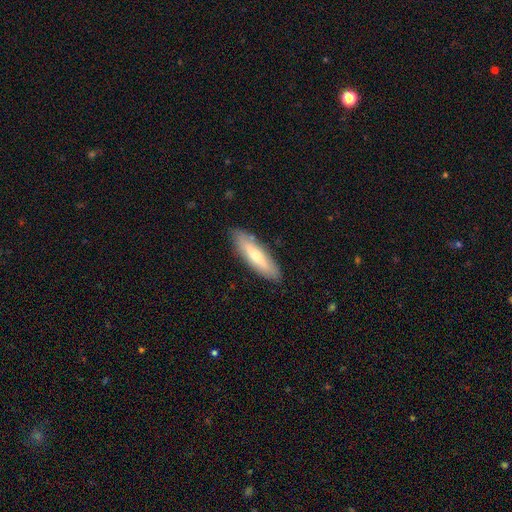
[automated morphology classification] This appears to be a smooth galaxy with no disk features (53%) that is cigar-shaped (66%). Merging: none (88%).